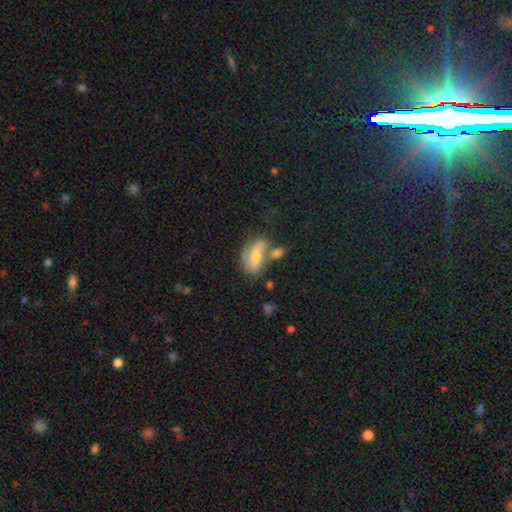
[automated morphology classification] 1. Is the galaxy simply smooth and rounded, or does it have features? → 53% smooth, 39% featured or disk, 9% star or artifact.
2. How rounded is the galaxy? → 83% in between, 10% cigar-shaped, 6% round.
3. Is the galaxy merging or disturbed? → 38% none, 32% merger, 19% minor disturbance, 11% major disturbance.